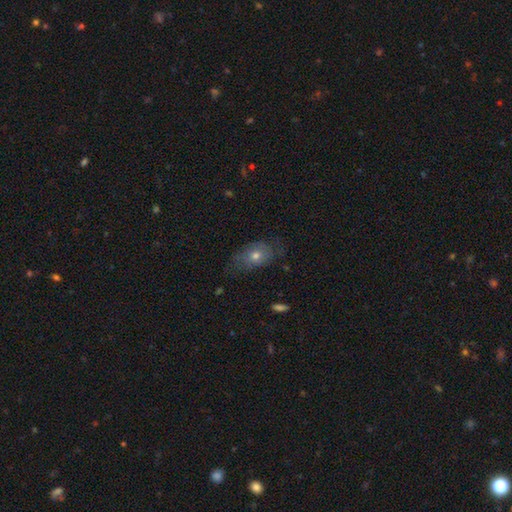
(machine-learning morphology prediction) A smooth galaxy with no disk features (45%).

Vote fractions:
- Smooth or featured? smooth: 45% / featured or disk: 42% / star or artifact: 13%
- Merging? none: 64% / minor disturbance: 24% / major disturbance: 11% / merger: 1%